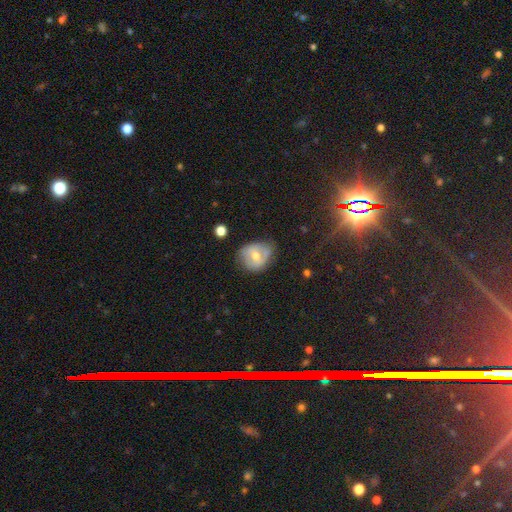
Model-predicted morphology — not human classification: This appears to be a smooth galaxy with no disk features (46%). Merging: none (55%).